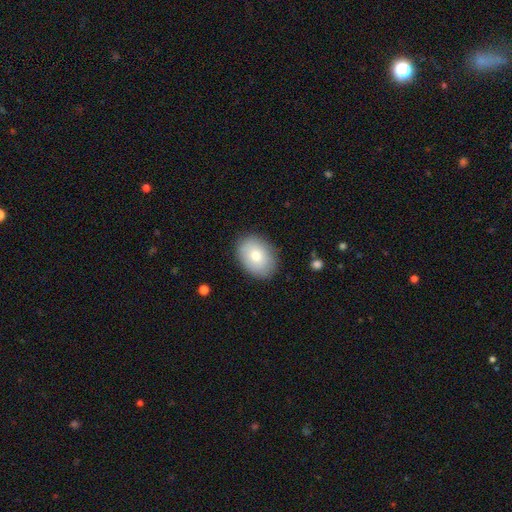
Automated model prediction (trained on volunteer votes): Smooth or featured?
  - smooth: 79% *
  - featured or disk: 15%
  - star or artifact: 7%
How rounded?
  - in between: 76% *
  - round: 23%
  - cigar-shaped: 1%
Merging?
  - none: 85% *
  - minor disturbance: 11%
  - major disturbance: 3%
  - merger: 1%